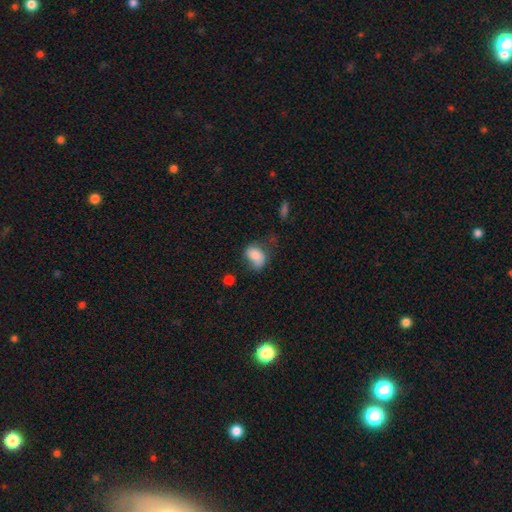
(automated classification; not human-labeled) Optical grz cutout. It shows a smooth galaxy with no disk features (76%) that is in between round and cigar-shaped (75%). Merging: none (39%).